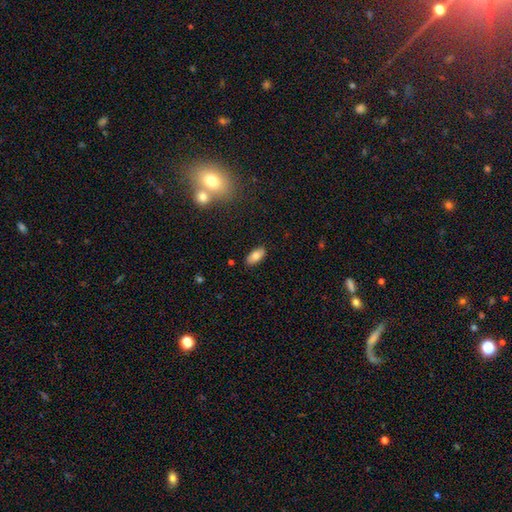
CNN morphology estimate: smooth-or-featured: smooth: 77% | featured or disk: 15% | star or artifact: 8%
  how-rounded: in between: 90% | cigar-shaped: 8% | round: 3%
  merging: none: 87% | minor disturbance: 9% | major disturbance: 2% | merger: 2%